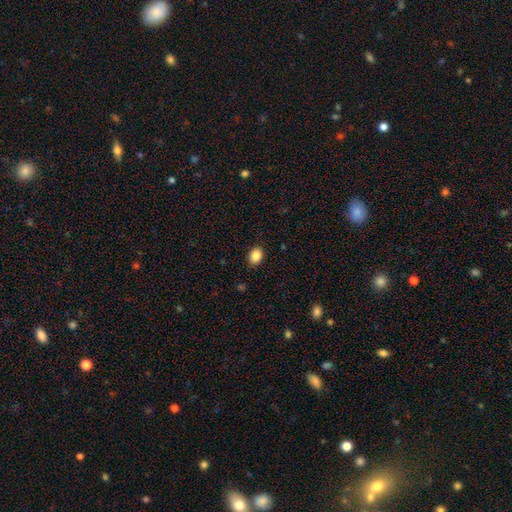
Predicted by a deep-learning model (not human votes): Overall: smooth (87%). How rounded: in between (69%; round 30%). Merging: none (88%).